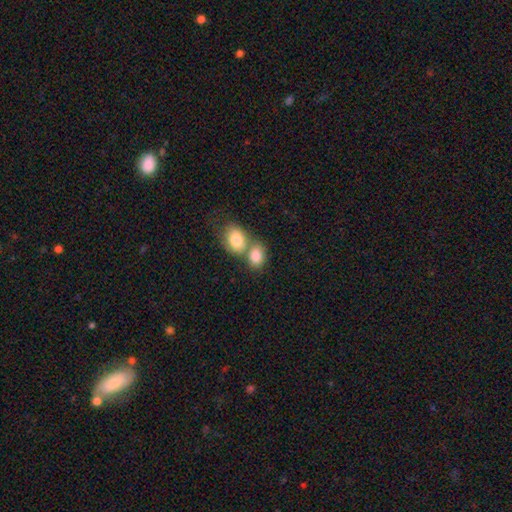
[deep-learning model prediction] Overall: smooth (83%). How rounded: in between (69%; round 29%). Merging: merger (56%; none 32%).